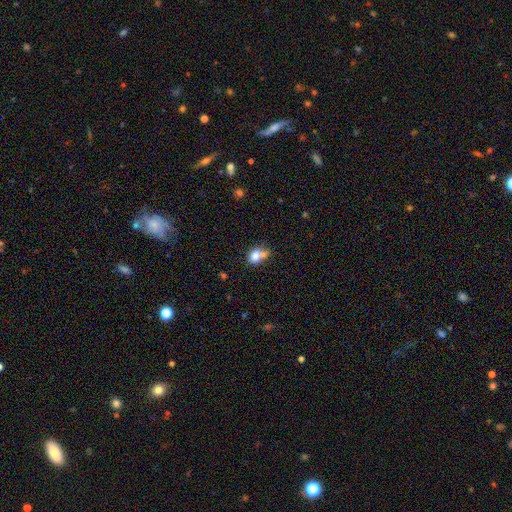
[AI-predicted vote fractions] The model was most divided on "merging": merger: 46%, none: 32%, minor disturbance: 14%, major disturbance: 8%. More confident: smooth or featured — smooth (74%); how rounded — in between (58%).